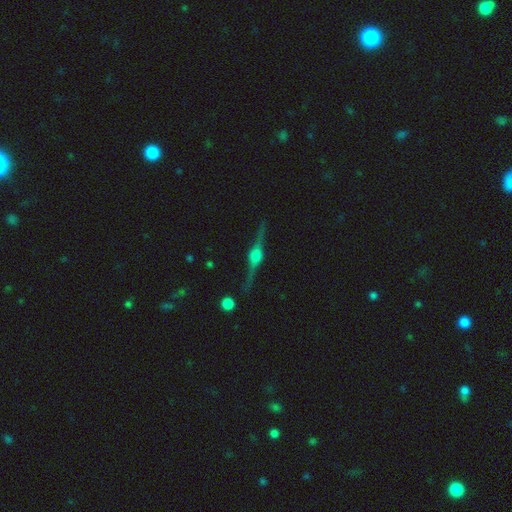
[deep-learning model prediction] The model was most divided on "merging": none: 86%, minor disturbance: 10%, major disturbance: 3%, merger: 2%. More confident: edge-on disk — yes (98%); edge-on bulge — rounded (89%); smooth or featured — featured or disk (87%).